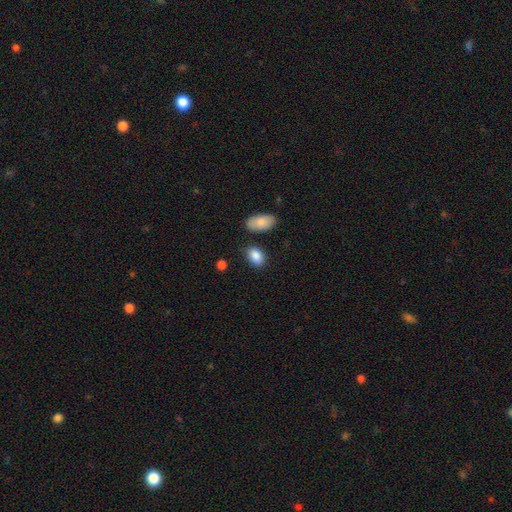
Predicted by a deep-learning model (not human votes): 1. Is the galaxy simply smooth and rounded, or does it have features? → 88% smooth, 7% star or artifact, 5% featured or disk.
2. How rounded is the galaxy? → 87% in between, 11% round, 2% cigar-shaped.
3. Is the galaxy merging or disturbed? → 79% none, 13% minor disturbance, 5% merger, 3% major disturbance.